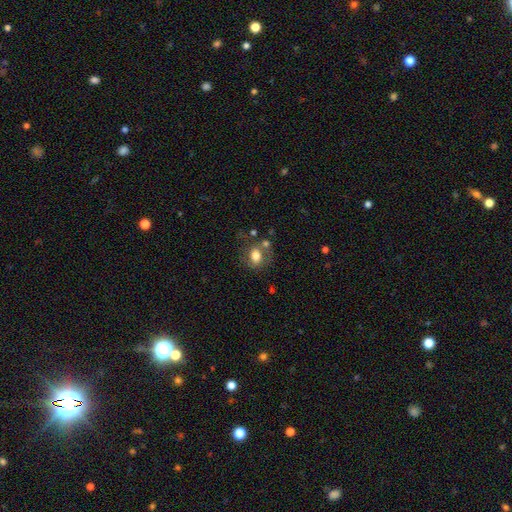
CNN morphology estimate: type=smooth (69%); roundness=in between (52%); merging=none (53%).